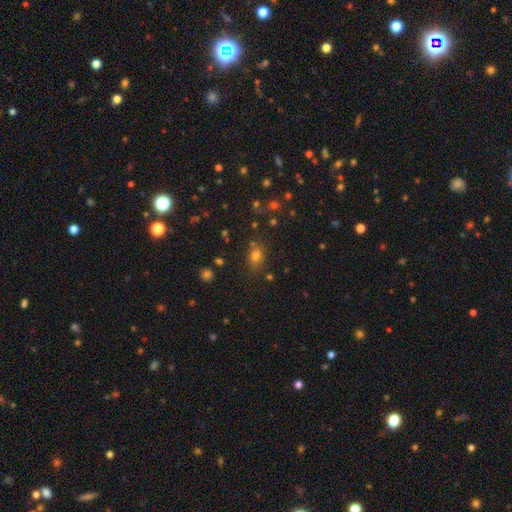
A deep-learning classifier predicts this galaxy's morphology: A smooth galaxy with no disk features (67%) that is in between round and cigar-shaped (57%). Merging: none (77%).